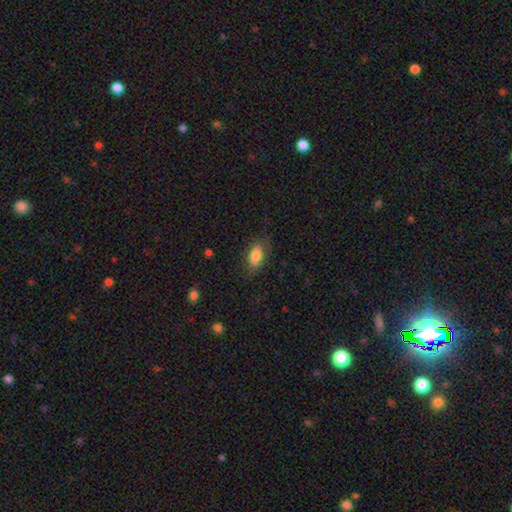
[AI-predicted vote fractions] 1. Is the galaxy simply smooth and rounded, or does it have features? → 77% smooth, 16% featured or disk, 8% star or artifact.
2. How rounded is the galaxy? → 87% in between, 8% cigar-shaped, 5% round.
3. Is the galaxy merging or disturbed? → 74% none, 19% minor disturbance, 7% major disturbance, 1% merger.